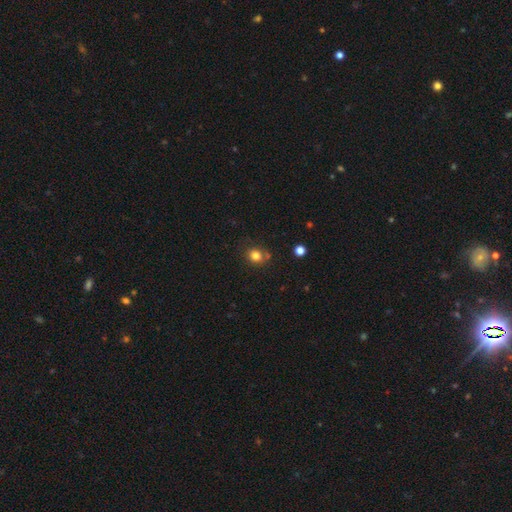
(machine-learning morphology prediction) A smooth galaxy with no disk features (81%) that is round (77%). Merging: none (73%).